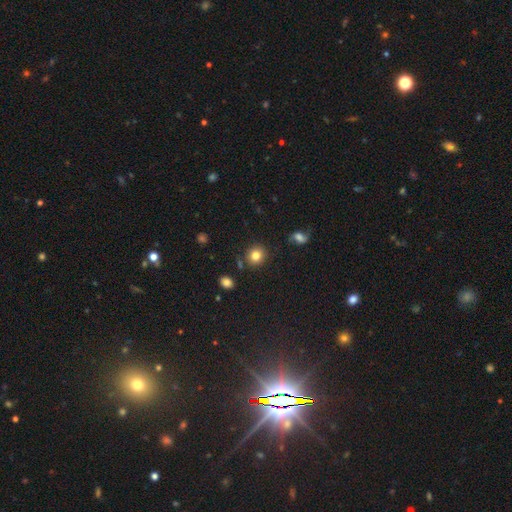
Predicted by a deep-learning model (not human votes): Overall: smooth (82%). How rounded: round (84%). Merging: none (85%).